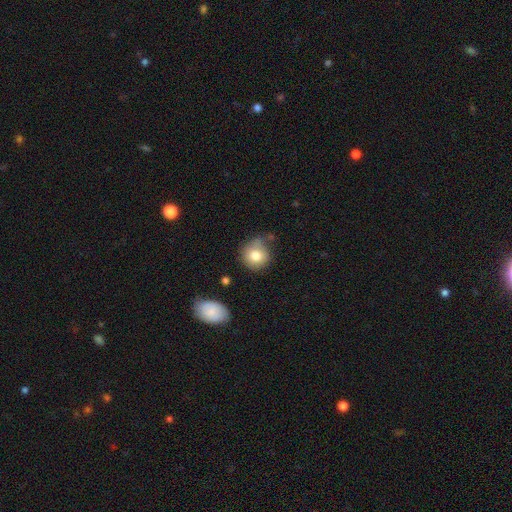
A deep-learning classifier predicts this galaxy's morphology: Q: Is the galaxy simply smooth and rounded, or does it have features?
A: smooth — 80%.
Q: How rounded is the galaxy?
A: round — 86%.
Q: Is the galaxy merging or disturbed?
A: none — 56%.